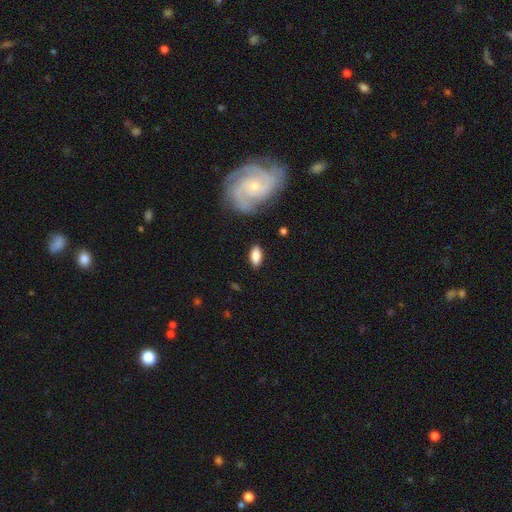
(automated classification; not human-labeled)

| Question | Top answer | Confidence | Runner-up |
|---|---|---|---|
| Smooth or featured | smooth | 82% | featured or disk (12%) |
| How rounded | in between | 89% | cigar-shaped (8%) |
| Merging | none | 82% | minor disturbance (12%) |